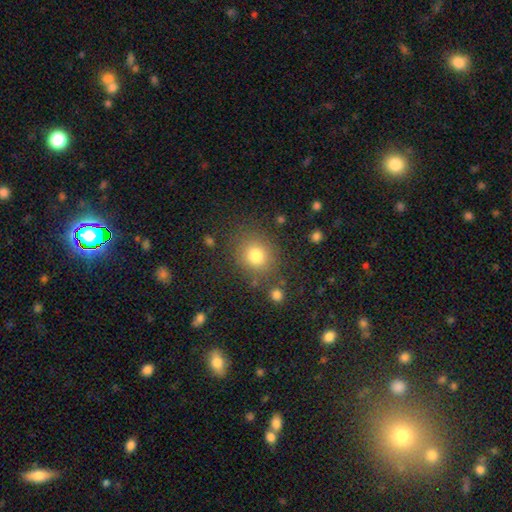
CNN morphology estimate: Smooth or featured?
  - smooth: 79% *
  - star or artifact: 13%
  - featured or disk: 8%
How rounded?
  - round: 79% *
  - in between: 20%
  - cigar-shaped: 1%
Merging?
  - none: 81% *
  - minor disturbance: 11%
  - major disturbance: 5%
  - merger: 4%